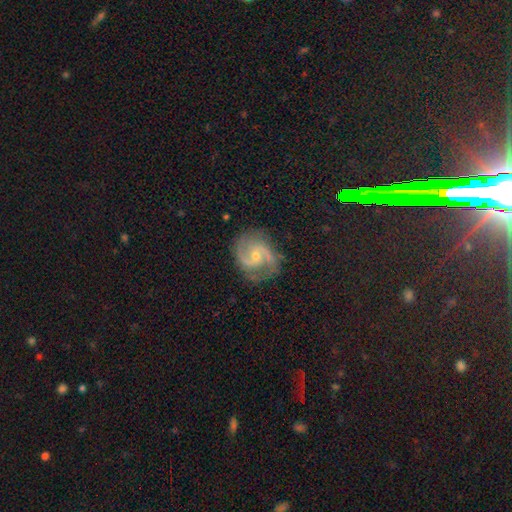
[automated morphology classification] A featured or disk galaxy (85%) with no bar (45%), 2 (88%) medium (57%) spiral arms (97%) and a small central bulge (59%). Merging: none (78%).